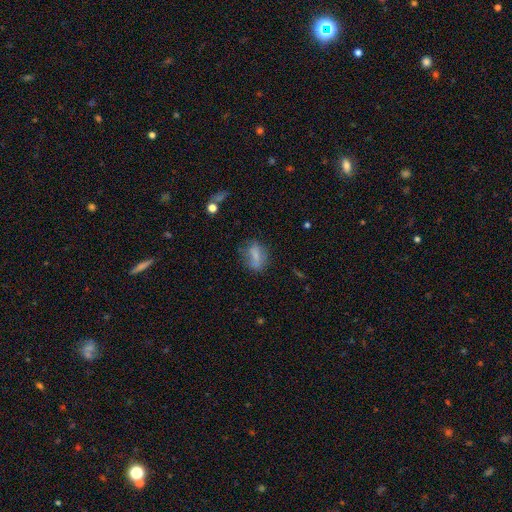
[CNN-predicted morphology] Overall: smooth (69%). How rounded: in between (70%). Merging: none (62%; minor disturbance 23%).